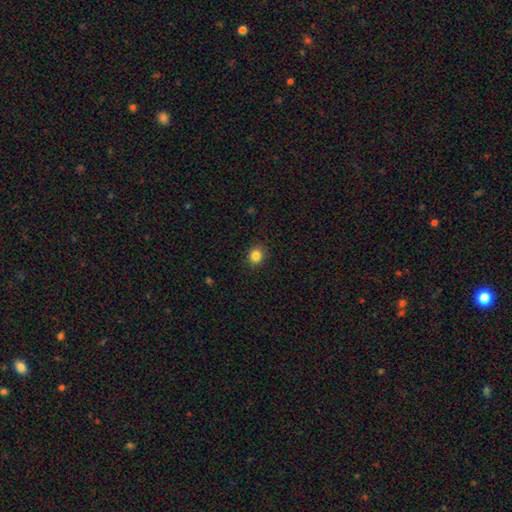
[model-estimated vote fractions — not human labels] Q: Smooth or featured?
A: smooth (85%); runner-up: star or artifact (11%)
Q: How rounded?
A: round (81%); runner-up: in between (18%)
Q: Merging?
A: none (90%); runner-up: minor disturbance (7%)